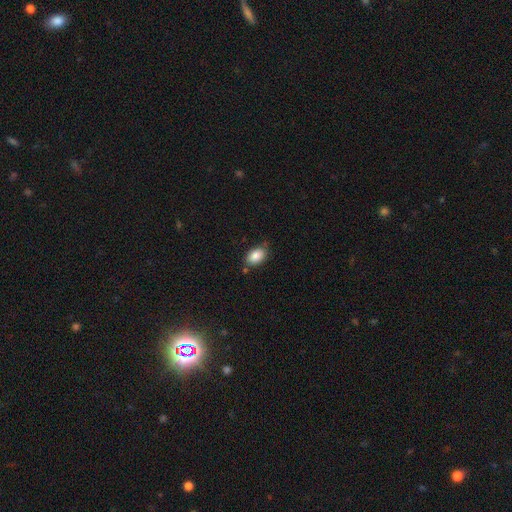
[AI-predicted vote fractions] Smooth or featured?
  - smooth: 86% *
  - star or artifact: 8%
  - featured or disk: 6%
How rounded?
  - in between: 89% *
  - round: 10%
  - cigar-shaped: 1%
Merging?
  - none: 75% *
  - minor disturbance: 17%
  - merger: 4%
  - major disturbance: 3%